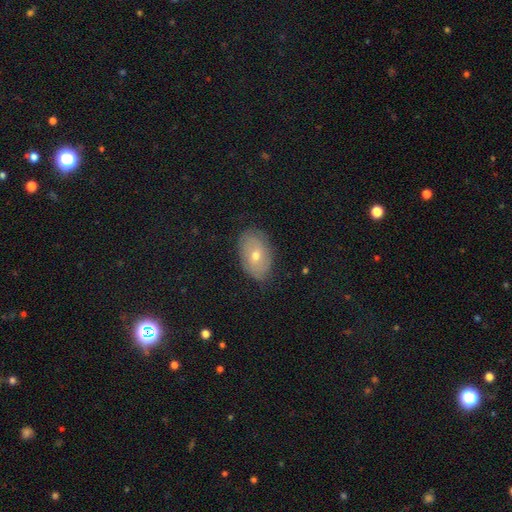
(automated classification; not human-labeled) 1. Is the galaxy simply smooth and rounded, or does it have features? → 46% smooth, 41% featured or disk, 13% star or artifact.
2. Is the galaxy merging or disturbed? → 78% none, 17% minor disturbance, 4% major disturbance, 1% merger.